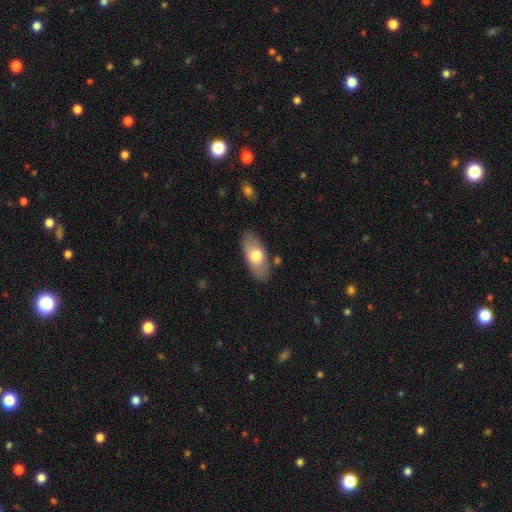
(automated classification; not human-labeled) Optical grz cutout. It shows a smooth galaxy with no disk features (67%) that is in between round and cigar-shaped (88%). Merging: none (83%).